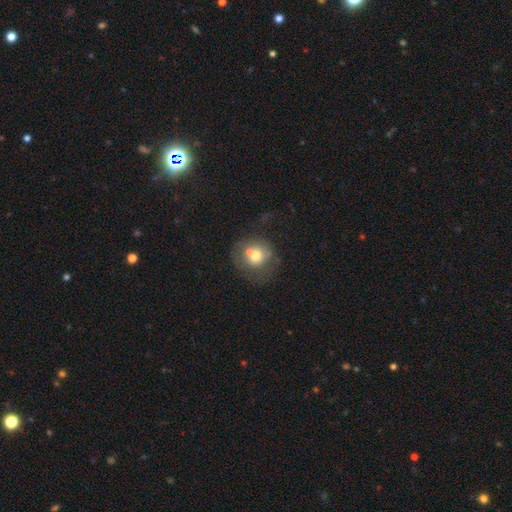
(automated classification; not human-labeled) Smooth or featured? smooth (64%)
How rounded? round (82%)
Merging? none (39%)